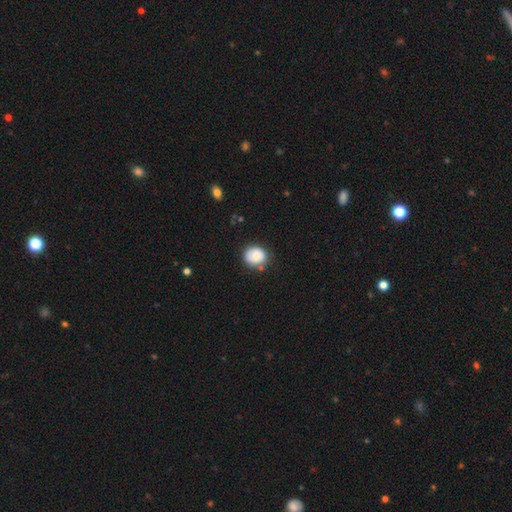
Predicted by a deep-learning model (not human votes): smooth-or-featured: smooth: 79% | featured or disk: 13% | star or artifact: 8%
  how-rounded: round: 77% | in between: 22% | cigar-shaped: 1%
  merging: none: 74% | minor disturbance: 18% | major disturbance: 4% | merger: 4%